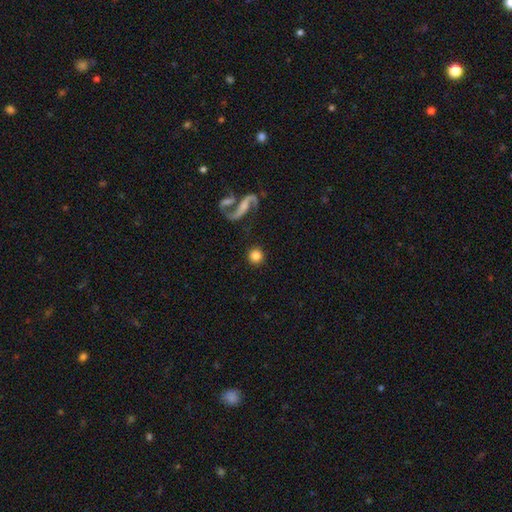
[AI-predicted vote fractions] Smooth or featured? Predicted: smooth (p=0.78). How rounded? Predicted: round (p=0.95). Merging? Predicted: none (p=0.88).